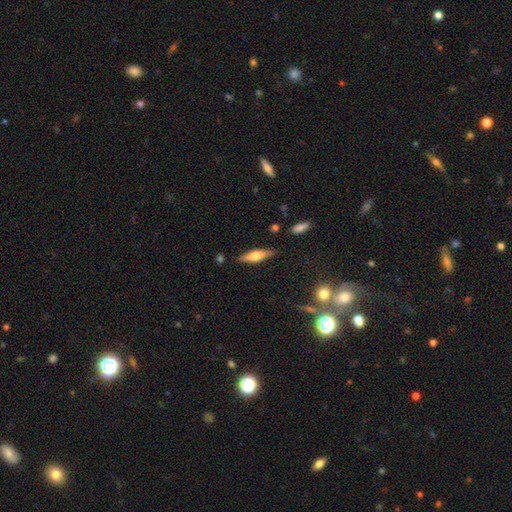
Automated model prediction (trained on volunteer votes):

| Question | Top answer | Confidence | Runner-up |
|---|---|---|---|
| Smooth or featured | featured or disk | 49% | smooth (44%) |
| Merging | none | 83% | minor disturbance (12%) |